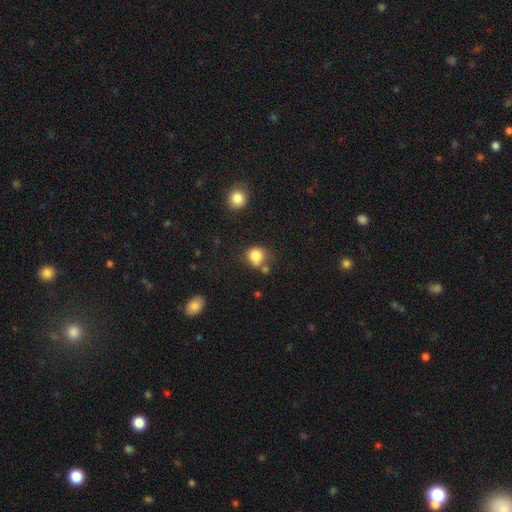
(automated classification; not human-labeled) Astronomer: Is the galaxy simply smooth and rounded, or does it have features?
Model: smooth — 82%.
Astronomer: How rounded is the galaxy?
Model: round — 79%.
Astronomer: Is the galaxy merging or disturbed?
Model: none — 57%.